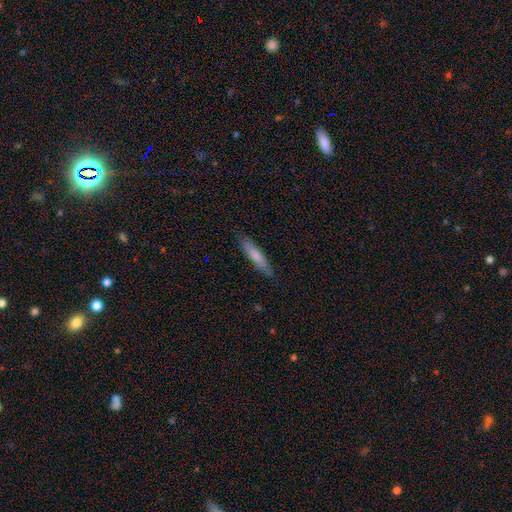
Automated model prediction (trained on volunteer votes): This is likely a smooth galaxy (72%). How rounded: clearly cigar-shaped (84%). Merging: clearly none (84%).